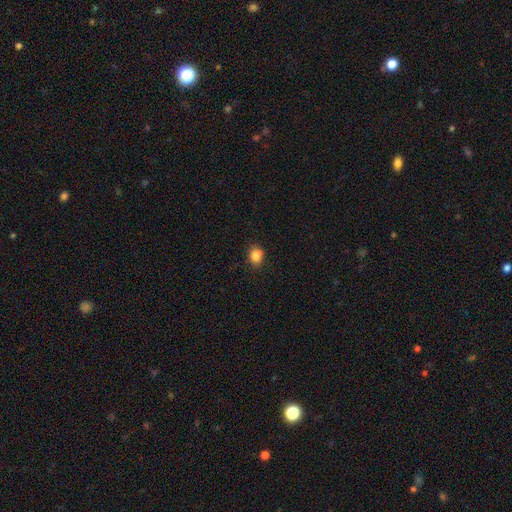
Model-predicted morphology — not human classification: type=smooth (84%); roundness=round (60%); merging=none (81%).